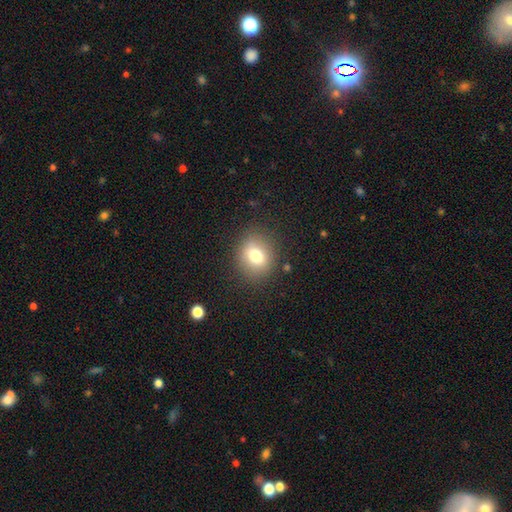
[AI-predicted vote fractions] Smooth or featured?
  - smooth: 75% *
  - featured or disk: 13%
  - star or artifact: 12%
How rounded?
  - round: 69% *
  - in between: 30%
  - cigar-shaped: 1%
Merging?
  - none: 85% *
  - minor disturbance: 10%
  - major disturbance: 4%
  - merger: 1%